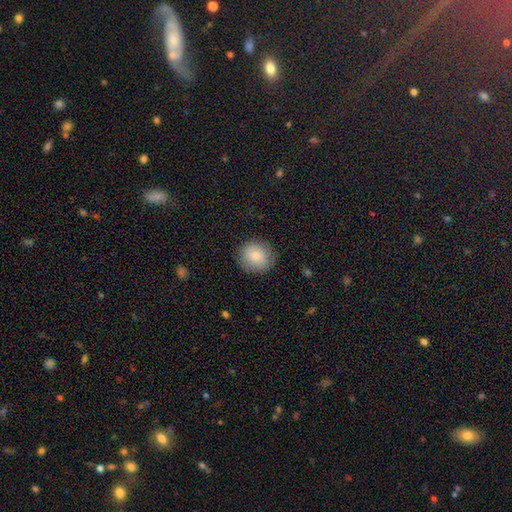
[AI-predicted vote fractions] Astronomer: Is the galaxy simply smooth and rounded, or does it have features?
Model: smooth — 80%.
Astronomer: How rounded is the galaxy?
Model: round — 88%.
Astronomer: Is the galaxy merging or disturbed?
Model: none — 85%.